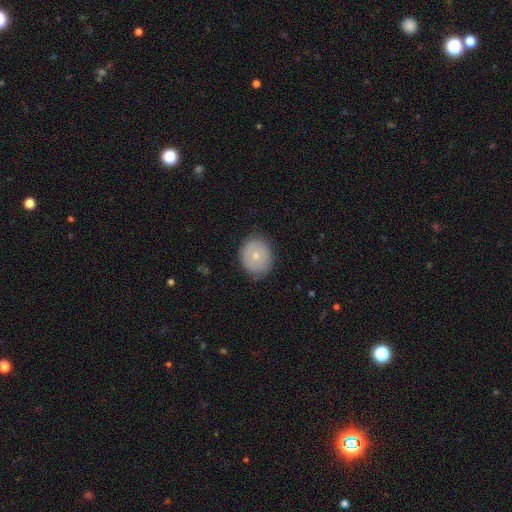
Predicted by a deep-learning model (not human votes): smooth-or-featured: smooth: 69% | featured or disk: 24% | star or artifact: 7%
  how-rounded: round: 70% | in between: 29% | cigar-shaped: 1%
  merging: none: 83% | minor disturbance: 13% | major disturbance: 3% | merger: 1%